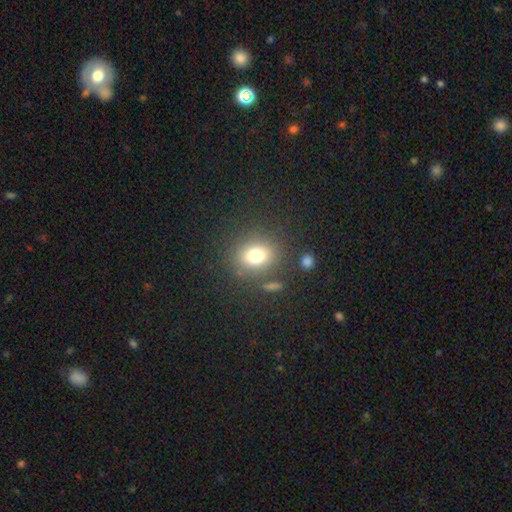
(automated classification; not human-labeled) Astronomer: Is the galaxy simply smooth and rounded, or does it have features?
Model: smooth — 76%.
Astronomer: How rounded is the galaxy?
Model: round — 65%.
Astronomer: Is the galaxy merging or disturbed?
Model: none — 80%.